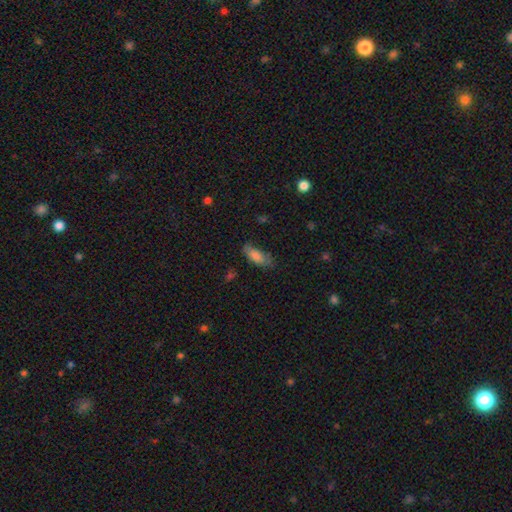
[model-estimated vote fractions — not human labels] Overall: smooth (80%). How rounded: in between (79%). Merging: none (60%; minor disturbance 29%).